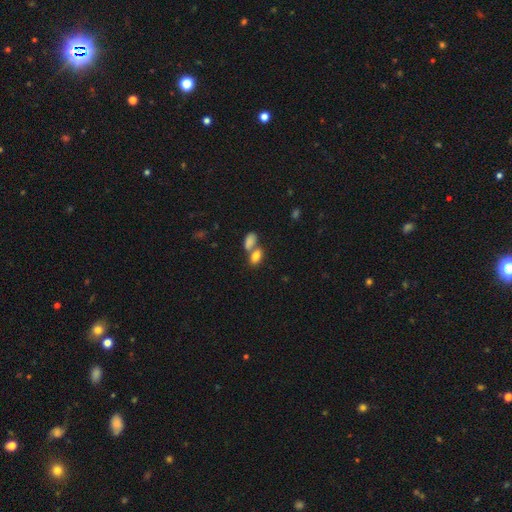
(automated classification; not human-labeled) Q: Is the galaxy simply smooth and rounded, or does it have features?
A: smooth — 82%.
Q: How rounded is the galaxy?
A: in between — 89%.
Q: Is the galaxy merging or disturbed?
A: merger — 53%.